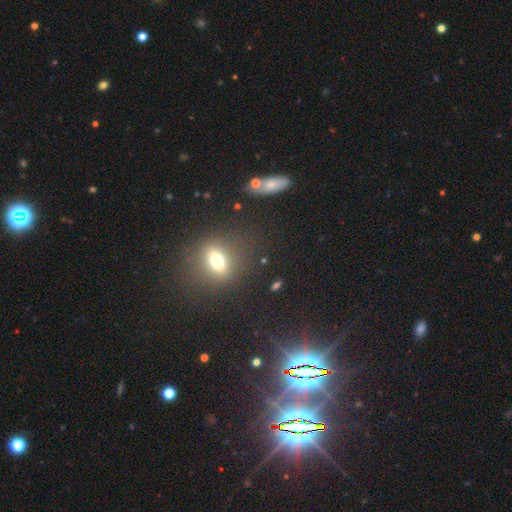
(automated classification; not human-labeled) smooth-or-featured: star or artifact: 46% | smooth: 42% | featured or disk: 11%